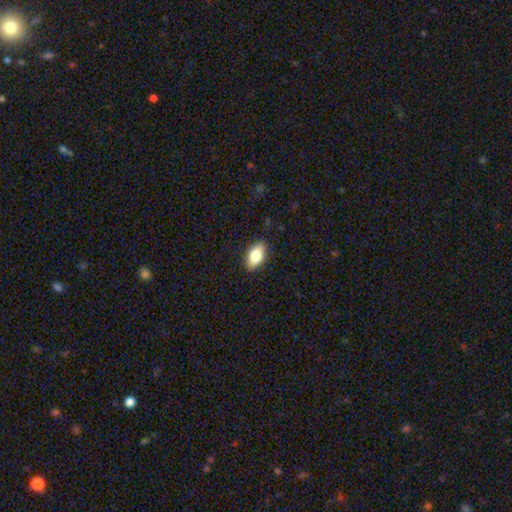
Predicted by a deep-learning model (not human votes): Smooth or featured? smooth (79%)
How rounded? in between (89%)
Merging? none (86%)